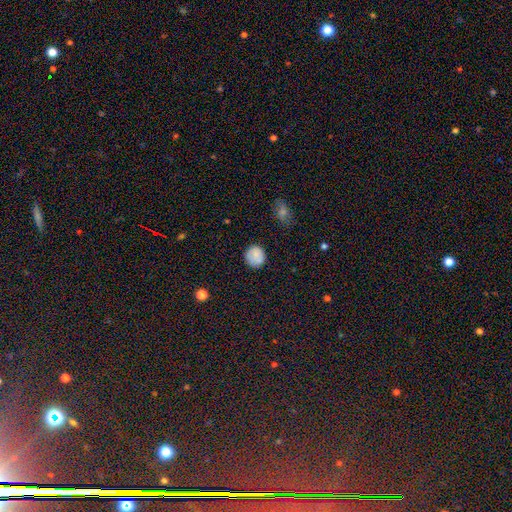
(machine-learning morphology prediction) type=smooth (84%); roundness=round (89%); merging=none (85%).